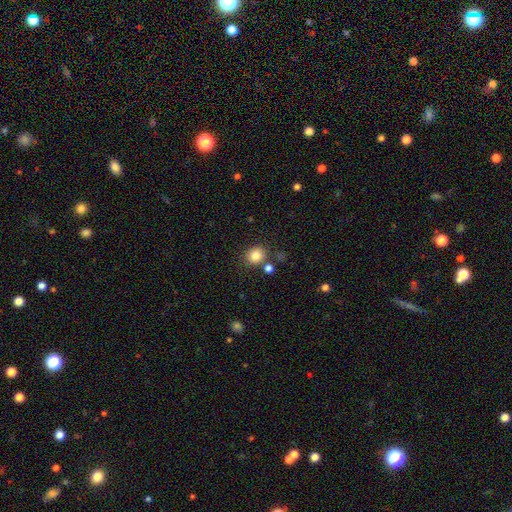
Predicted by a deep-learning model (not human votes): Smooth or featured: smooth — 83% (star or artifact — 11%)
How rounded: round — 74% (in between — 25%)
Merging: none — 78% (minor disturbance — 10%)